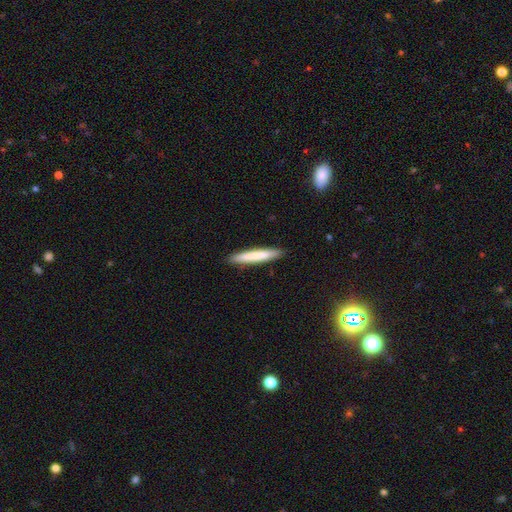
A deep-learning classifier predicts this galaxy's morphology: Overall: smooth (75%). How rounded: cigar-shaped (95%). Merging: none (91%).